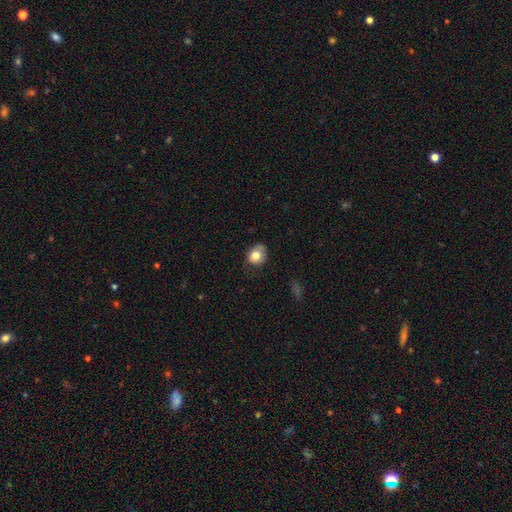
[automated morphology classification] smooth_or_featured: smooth (p=0.76) [alt: featured or disk p=0.15]
how_rounded: round (p=0.56) [alt: in between p=0.43]
merging: none (p=0.57) [alt: minor disturbance p=0.32]